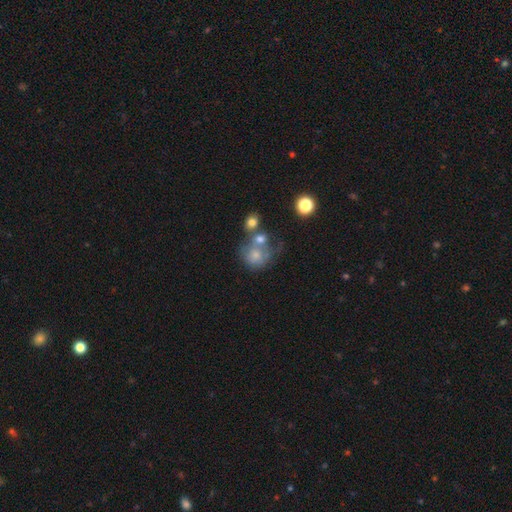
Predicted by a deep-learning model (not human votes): Smooth or featured? Predicted: smooth (p=0.66). How rounded? Predicted: round (p=0.76). Merging? Predicted: merger (p=0.42).